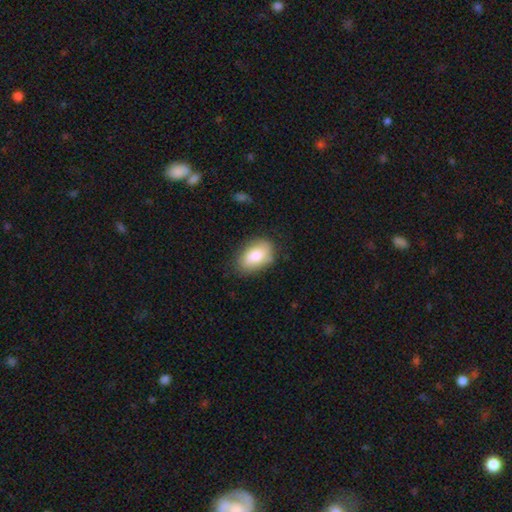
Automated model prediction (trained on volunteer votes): This is clearly a smooth galaxy (81%). How rounded: clearly in between (90%). Merging: likely none (76%).